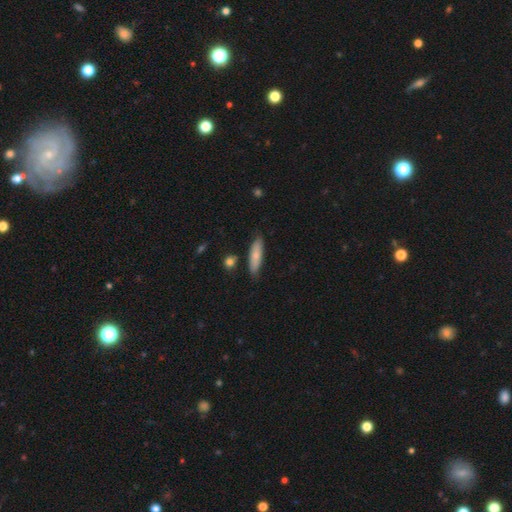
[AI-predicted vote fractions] Overall: smooth (75%). How rounded: cigar-shaped (59%; in between 39%). Merging: none (81%).